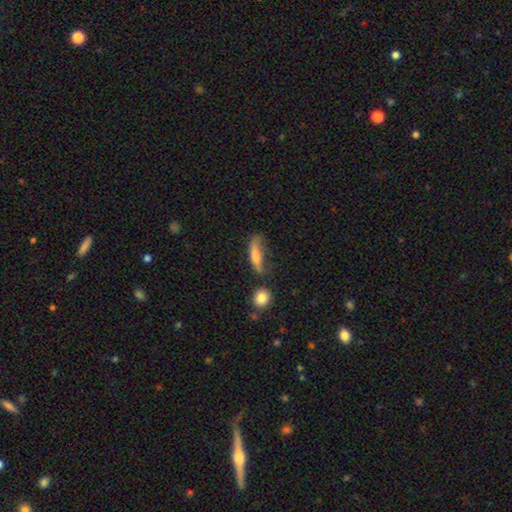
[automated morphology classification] Smooth or featured: smooth — 73% (featured or disk — 18%)
How rounded: cigar-shaped — 59% (in between — 37%)
Merging: none — 37% (minor disturbance — 28%)